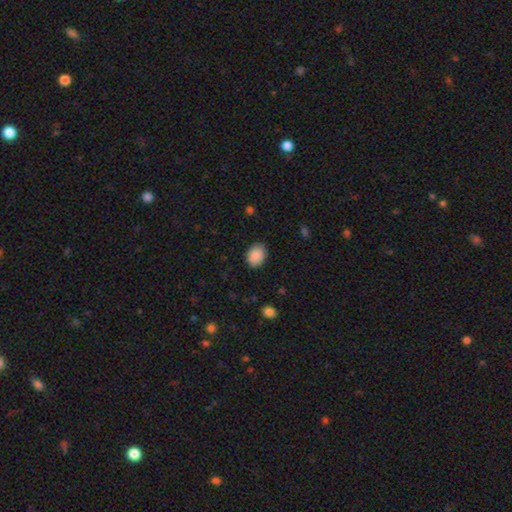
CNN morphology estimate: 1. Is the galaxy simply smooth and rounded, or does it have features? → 89% smooth, 7% star or artifact, 3% featured or disk.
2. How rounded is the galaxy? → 64% in between, 35% round, 1% cigar-shaped.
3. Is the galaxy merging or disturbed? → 85% none, 11% minor disturbance, 2% major disturbance, 1% merger.